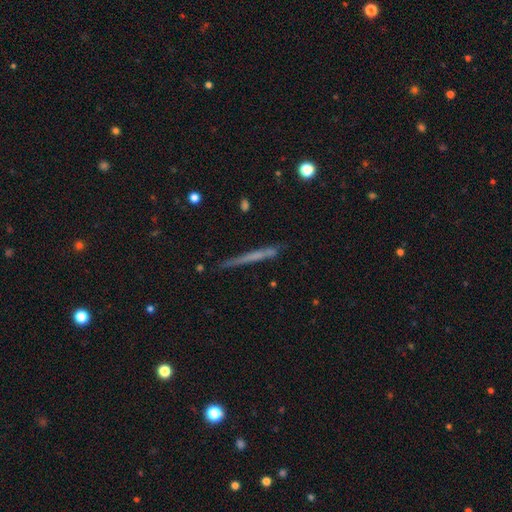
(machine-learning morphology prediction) smooth-or-featured: smooth: 47% | featured or disk: 45% | star or artifact: 8%
  merging: none: 81% | minor disturbance: 14% | major disturbance: 3% | merger: 3%